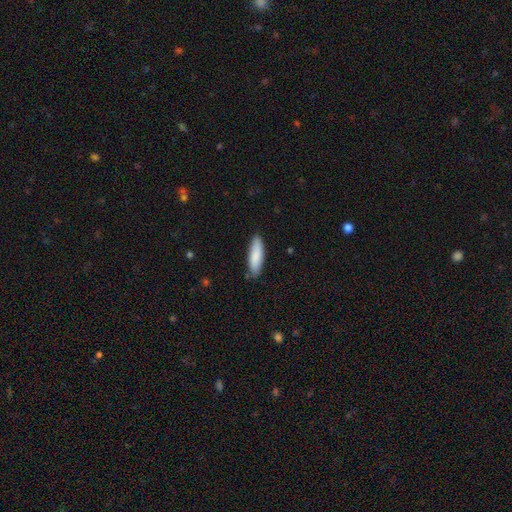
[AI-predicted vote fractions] Smooth or featured? smooth (86%)
How rounded? cigar-shaped (53%)
Merging? none (84%)